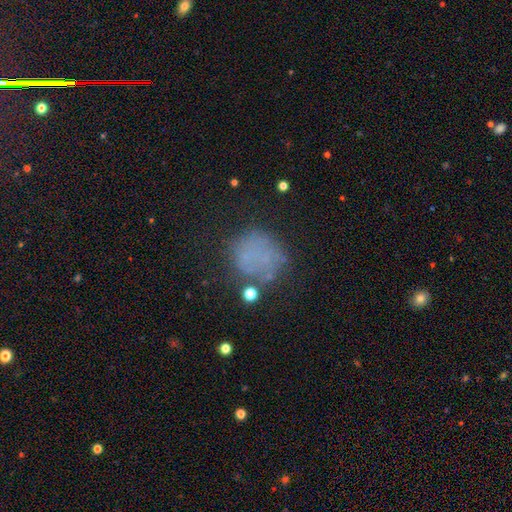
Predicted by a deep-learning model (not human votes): smooth-or-featured: smooth: 56% | featured or disk: 23% | star or artifact: 21%
  how-rounded: round: 86% | in between: 13% | cigar-shaped: 1%
  merging: none: 63% | minor disturbance: 18% | major disturbance: 13% | merger: 5%